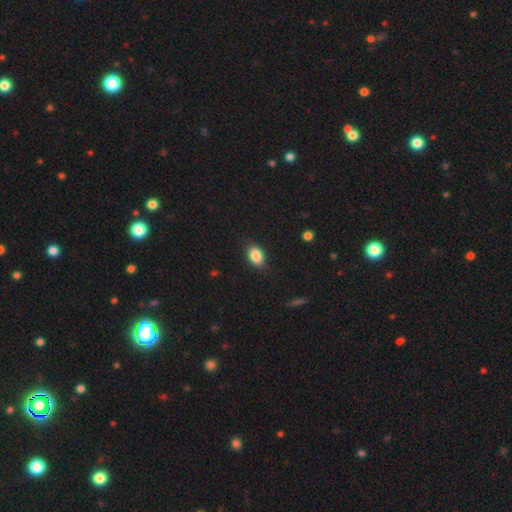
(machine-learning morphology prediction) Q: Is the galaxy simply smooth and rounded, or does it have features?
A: smooth — 86%.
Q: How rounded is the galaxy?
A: in between — 83%.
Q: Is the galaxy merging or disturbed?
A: none — 85%.